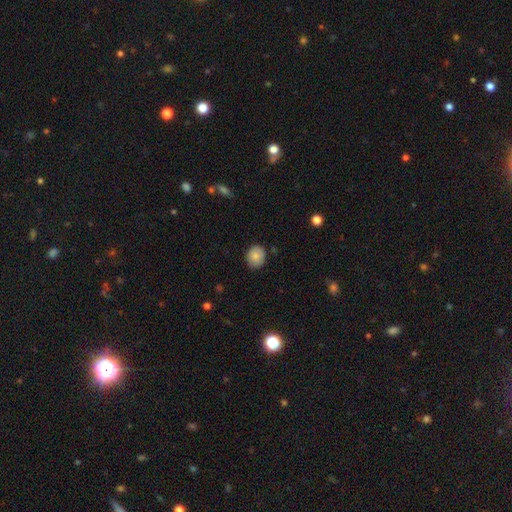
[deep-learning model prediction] Smooth or featured? smooth (83%)
How rounded? round (74%)
Merging? none (84%)